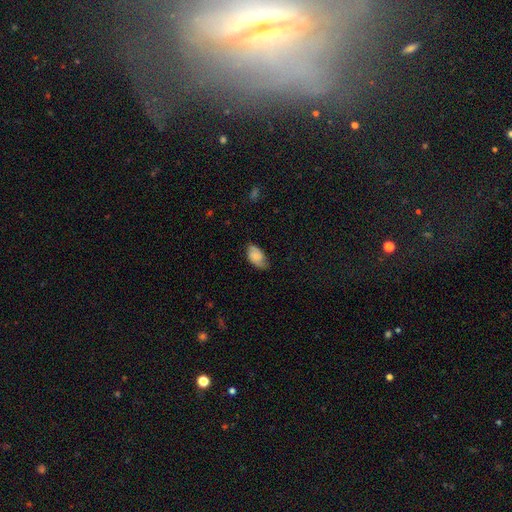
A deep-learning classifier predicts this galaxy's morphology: type=smooth (68%); roundness=in between (93%); merging=none (65%).